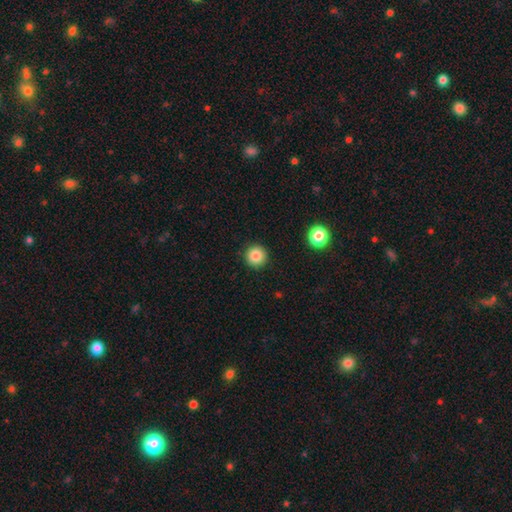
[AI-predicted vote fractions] Smooth or featured?
  - smooth: 85% *
  - star or artifact: 11%
  - featured or disk: 5%
How rounded?
  - round: 96% *
  - in between: 3%
  - cigar-shaped: 1%
Merging?
  - none: 92% *
  - minor disturbance: 5%
  - major disturbance: 2%
  - merger: 1%